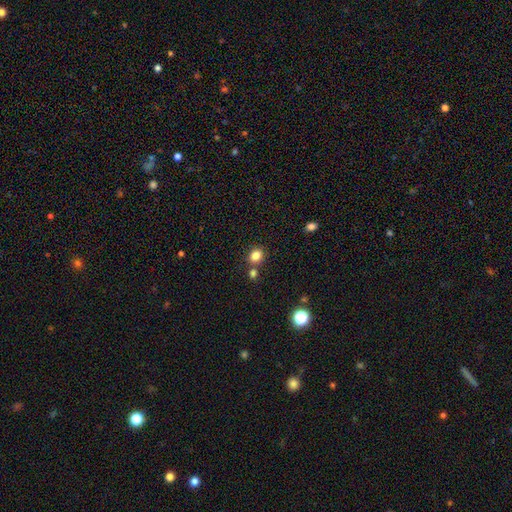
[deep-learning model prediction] Overall: smooth (82%). How rounded: round (61%; in between 38%). Merging: none (68%).